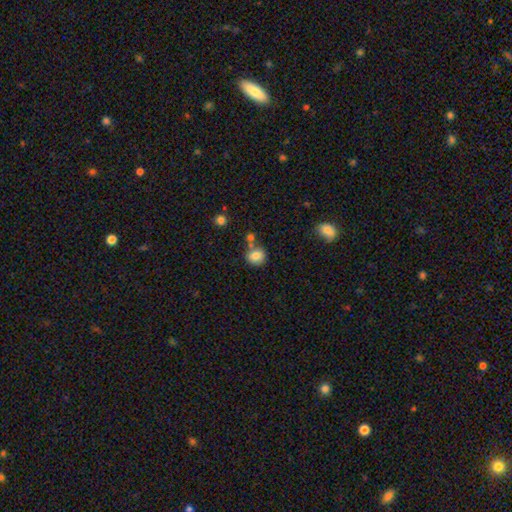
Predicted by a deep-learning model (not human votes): This appears to be a smooth galaxy with no disk features (83%) that is round (79%). Merging: none (67%).